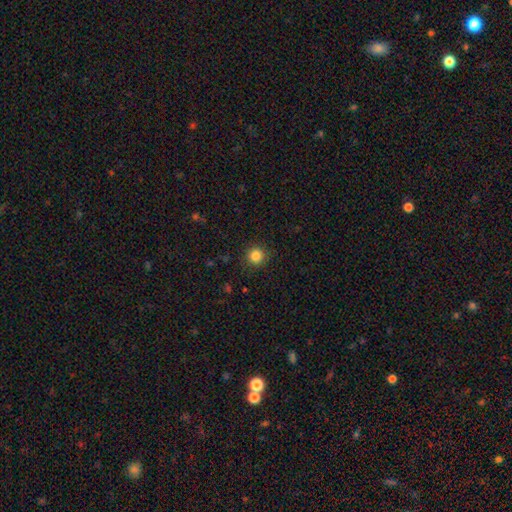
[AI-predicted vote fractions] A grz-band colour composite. It shows a smooth galaxy with no disk features (84%) that is round (94%). Merging: none (90%).